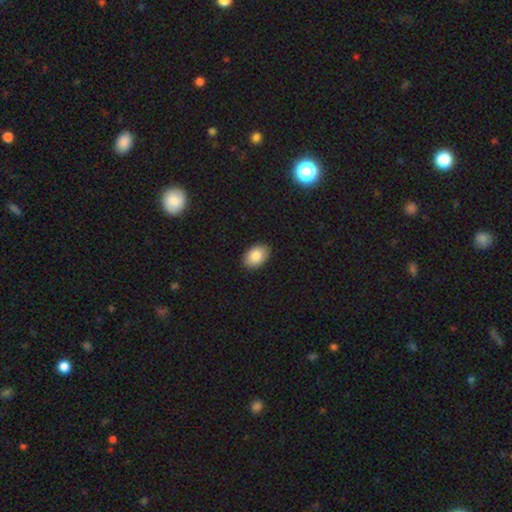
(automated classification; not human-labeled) Q: Smooth or featured?
A: smooth (85%); runner-up: featured or disk (7%)
Q: How rounded?
A: in between (86%); runner-up: round (12%)
Q: Merging?
A: none (89%); runner-up: minor disturbance (8%)